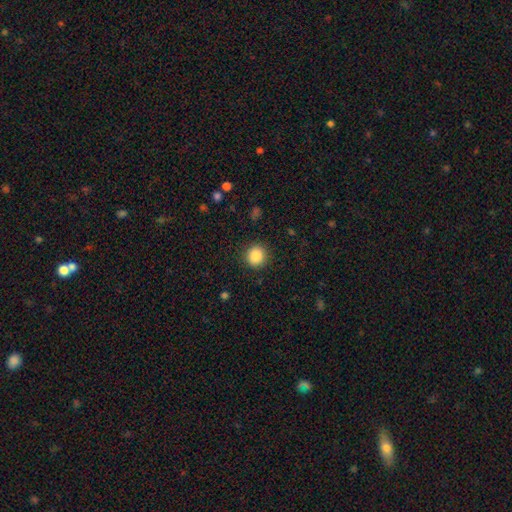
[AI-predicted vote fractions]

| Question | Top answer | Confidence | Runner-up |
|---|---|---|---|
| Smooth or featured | smooth | 88% | star or artifact (9%) |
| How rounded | round | 90% | in between (9%) |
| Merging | none | 90% | minor disturbance (7%) |